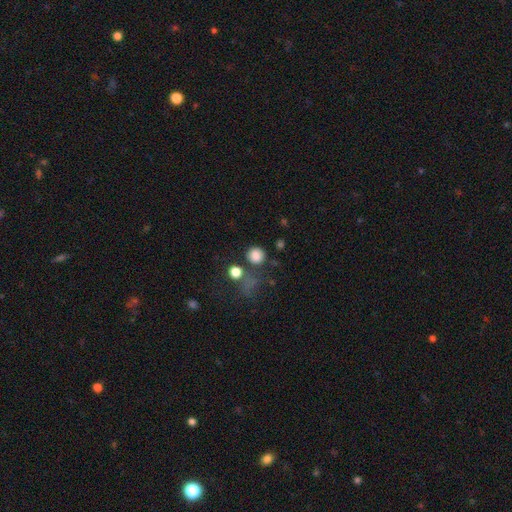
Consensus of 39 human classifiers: Q: Smooth or featured?
A: smooth (87%); runner-up: star or artifact (8%)
Q: How rounded?
A: round (97%); runner-up: in between (3%)
Q: Merging?
A: none (81%); runner-up: merger (11%)